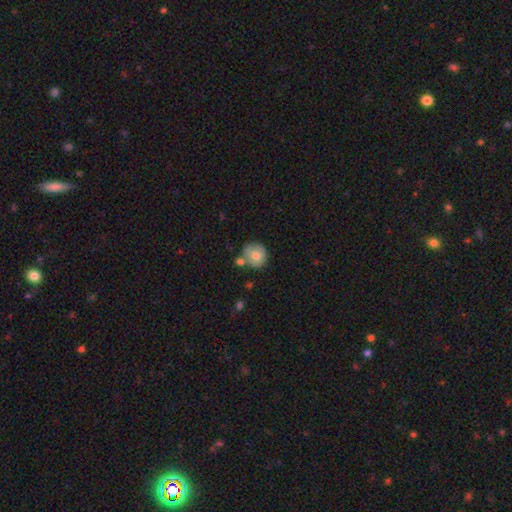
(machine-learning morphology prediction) Smooth or featured?
  - smooth: 65% *
  - featured or disk: 27%
  - star or artifact: 7%
How rounded?
  - round: 82% *
  - in between: 17%
  - cigar-shaped: 1%
Merging?
  - none: 57% *
  - merger: 20%
  - minor disturbance: 19%
  - major disturbance: 5%